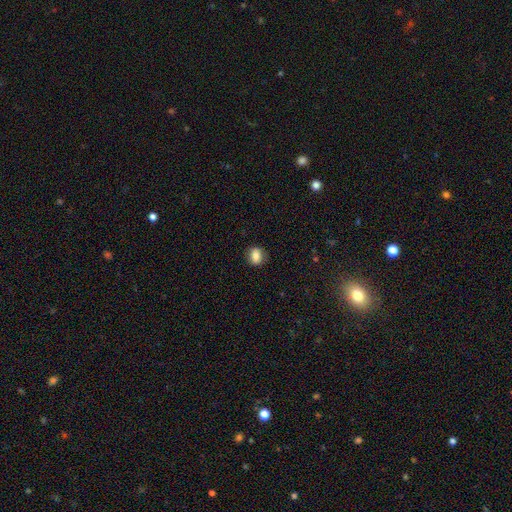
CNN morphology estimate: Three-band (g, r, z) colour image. It shows a smooth galaxy with no disk features (79%) that is round (49%, tied with in between). Merging: none (86%).